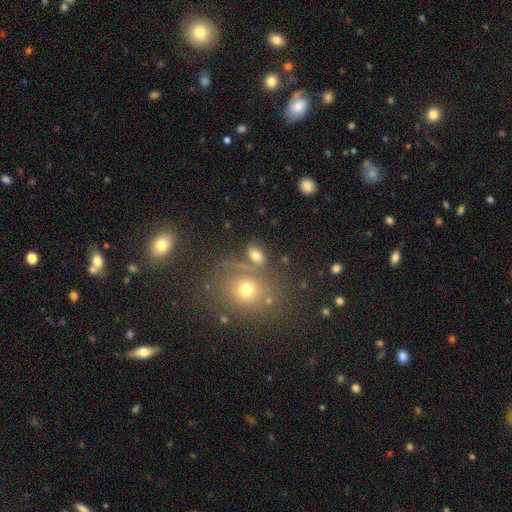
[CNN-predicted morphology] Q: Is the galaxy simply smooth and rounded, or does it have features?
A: smooth — 71%.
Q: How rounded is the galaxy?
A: in between — 79%.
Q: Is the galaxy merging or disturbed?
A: none — 68%.